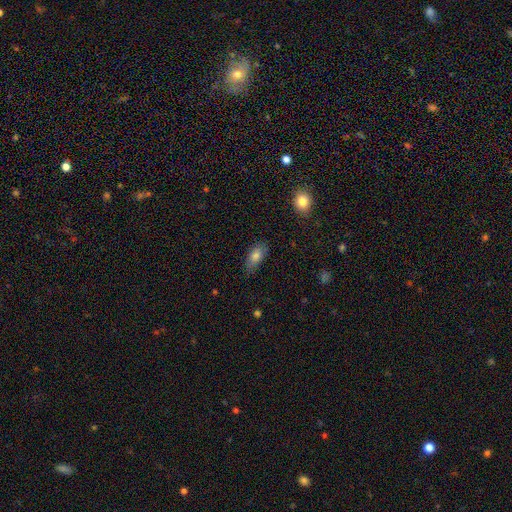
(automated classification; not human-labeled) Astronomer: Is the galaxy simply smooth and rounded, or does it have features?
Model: smooth — 80%.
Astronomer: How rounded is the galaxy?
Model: in between — 87%.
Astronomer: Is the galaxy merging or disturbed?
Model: none — 77%.